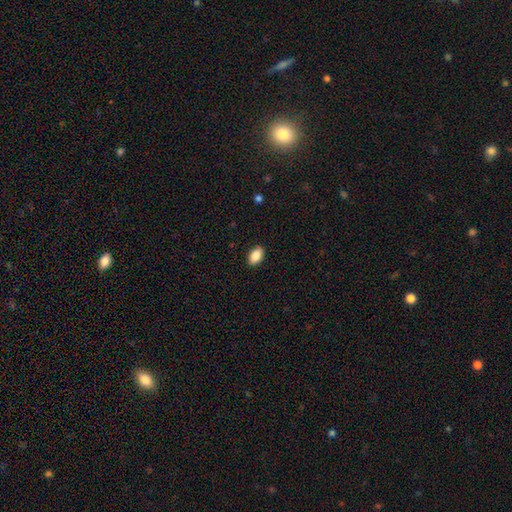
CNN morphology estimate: type=smooth (88%); roundness=in between (92%); merging=none (89%).